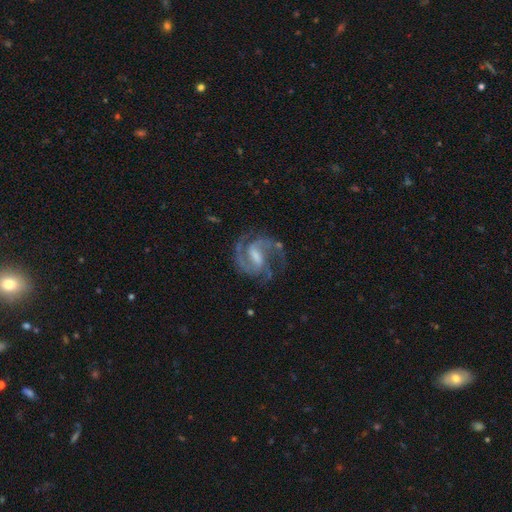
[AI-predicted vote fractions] This is clearly a featured or disk galaxy (92%). It is clearly not viewed edge-on (98%). Bar: possibly weak (50%). Spiral arm pattern: clearly yes (98%). Spiral arm count: likely 2 (80%). Spiral winding: possibly medium (59%). Central bulge: marginally moderate (38%). Merging: likely none (73%).